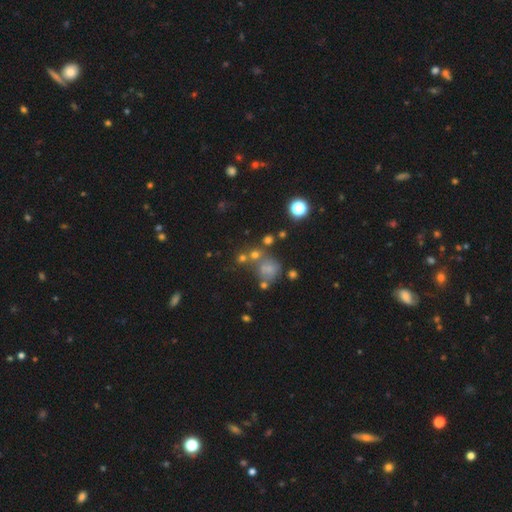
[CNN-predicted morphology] Overall: star or artifact (42%, tied with smooth).